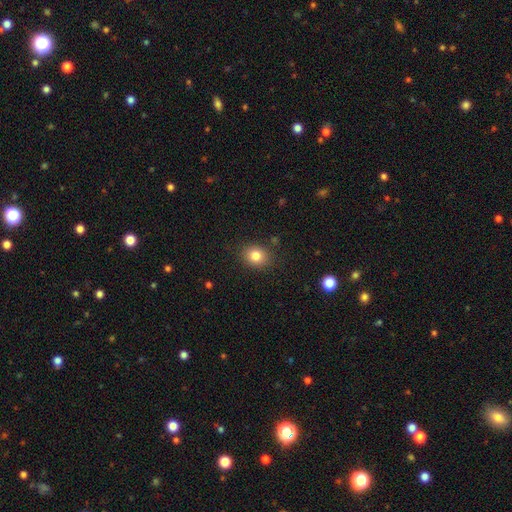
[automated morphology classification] Smooth or featured: smooth — 82% (star or artifact — 11%)
How rounded: round — 57% (in between — 42%)
Merging: none — 86% (minor disturbance — 10%)